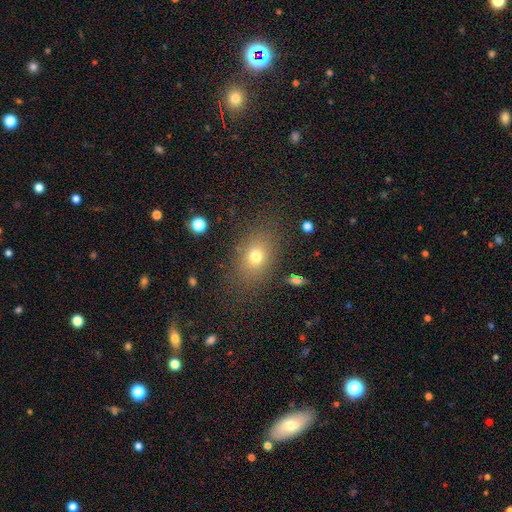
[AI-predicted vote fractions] This appears to be a smooth galaxy with no disk features (73%) that is in between round and cigar-shaped (72%). Merging: none (80%).